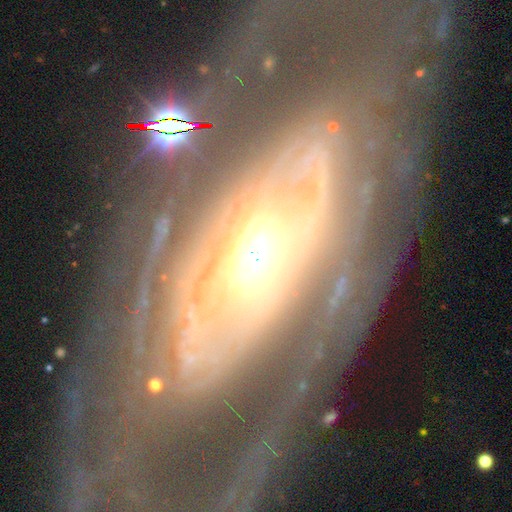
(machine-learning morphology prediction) Smooth or featured? featured or disk (87%)
Edge-on disk? no (88%)
Bar? no (39%)
Spiral arms? yes (85%)
Spiral winding? tight (56%)
Spiral arm count? can't tell (31%, tied with 2)
Bulge size? moderate (60%)
Merging? none (63%)